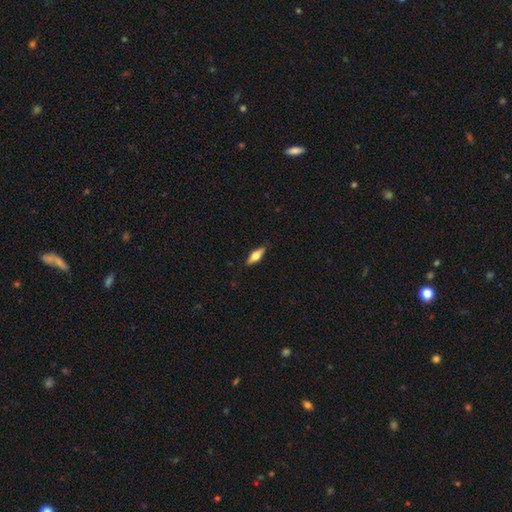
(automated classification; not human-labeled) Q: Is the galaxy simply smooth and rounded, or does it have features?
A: smooth — 59%.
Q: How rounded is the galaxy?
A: in between — 62%.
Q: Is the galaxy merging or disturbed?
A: none — 86%.